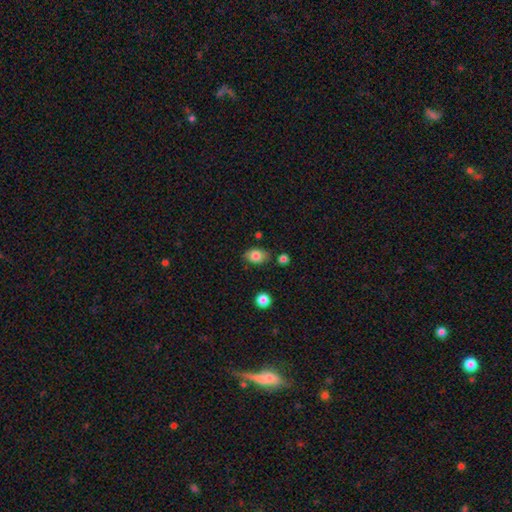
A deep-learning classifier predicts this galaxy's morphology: smooth 83%, featured or disk 9%, star or artifact 9%. Down the decision tree: how rounded — in between (77%); merging — none (78%).